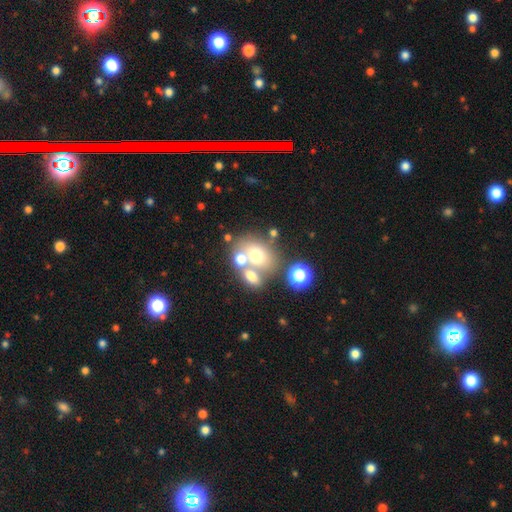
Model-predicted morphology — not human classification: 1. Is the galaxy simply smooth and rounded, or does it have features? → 63% smooth, 22% featured or disk, 15% star or artifact.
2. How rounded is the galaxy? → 52% round, 47% in between, 1% cigar-shaped.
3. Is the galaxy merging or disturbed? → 43% merger, 41% none, 10% minor disturbance, 6% major disturbance.